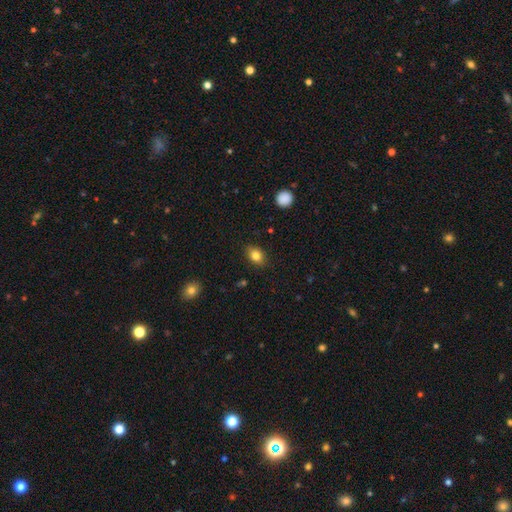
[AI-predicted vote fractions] A smooth galaxy with no disk features (82%) that is in between round and cigar-shaped (72%). Merging: none (86%).